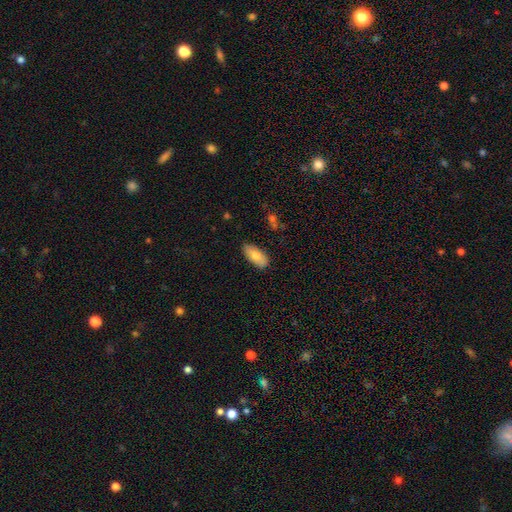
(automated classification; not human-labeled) Smooth or featured?
  - smooth: 76% *
  - featured or disk: 18%
  - star or artifact: 6%
How rounded?
  - in between: 90% *
  - cigar-shaped: 7%
  - round: 3%
Merging?
  - none: 83% *
  - minor disturbance: 13%
  - major disturbance: 2%
  - merger: 1%